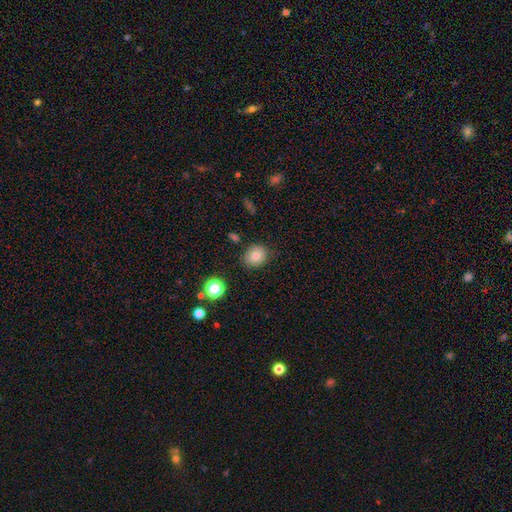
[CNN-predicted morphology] type=smooth (79%); roundness=round (68%); merging=none (82%).